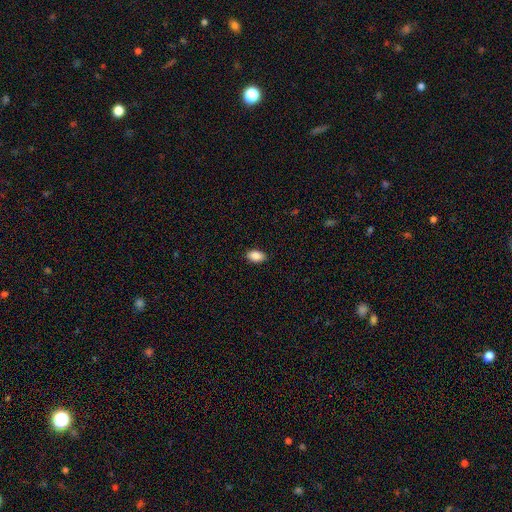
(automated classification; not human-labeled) The model was most divided on "merging": none: 88%, minor disturbance: 9%, major disturbance: 2%, merger: 1%. More confident: how rounded — in between (92%); smooth or featured — smooth (89%).